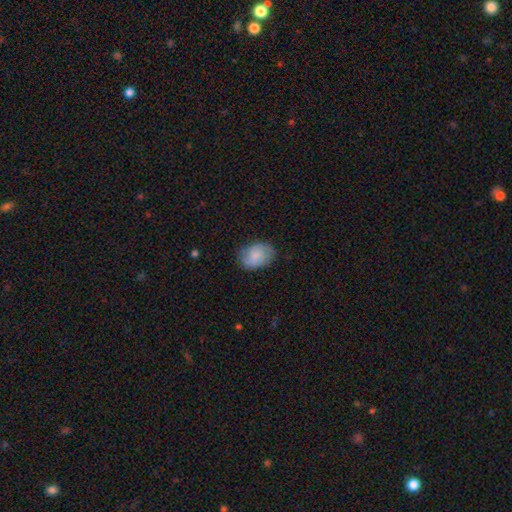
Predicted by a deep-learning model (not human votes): Smooth or featured? smooth (74%)
How rounded? in between (77%)
Merging? none (71%)